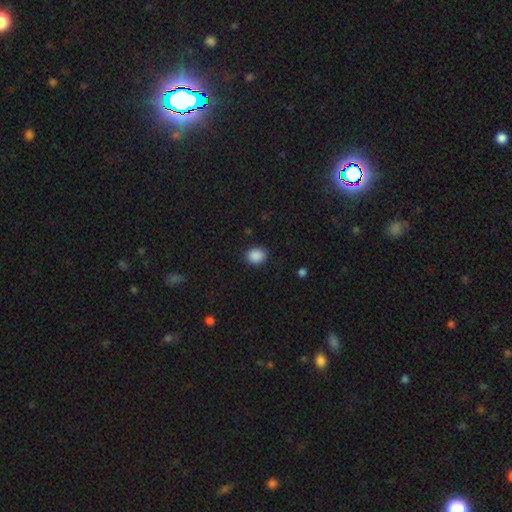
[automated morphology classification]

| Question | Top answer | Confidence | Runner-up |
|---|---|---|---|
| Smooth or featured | smooth | 88% | star or artifact (9%) |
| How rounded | round | 62% | in between (37%) |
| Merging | none | 88% | minor disturbance (8%) |